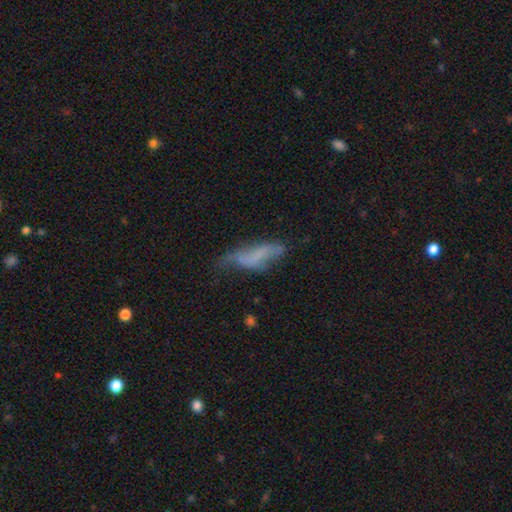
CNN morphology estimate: smooth_or_featured: smooth (p=0.49) [alt: featured or disk p=0.39]
merging: none (p=0.34) [alt: minor disturbance p=0.32]